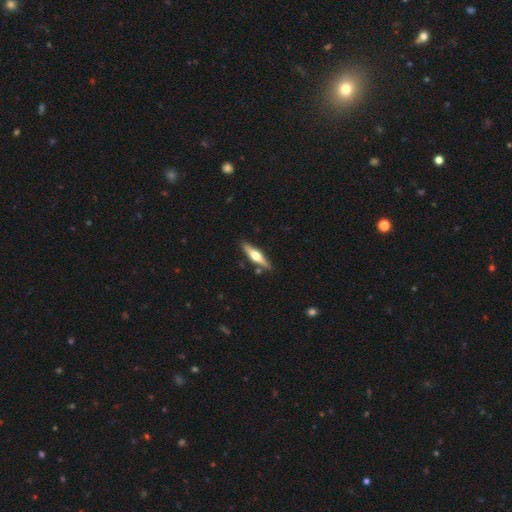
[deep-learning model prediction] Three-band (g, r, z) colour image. It shows a featured or disk galaxy (60%) viewed edge-on (96%) with a rounded central bulge (93%). Merging: none (85%).